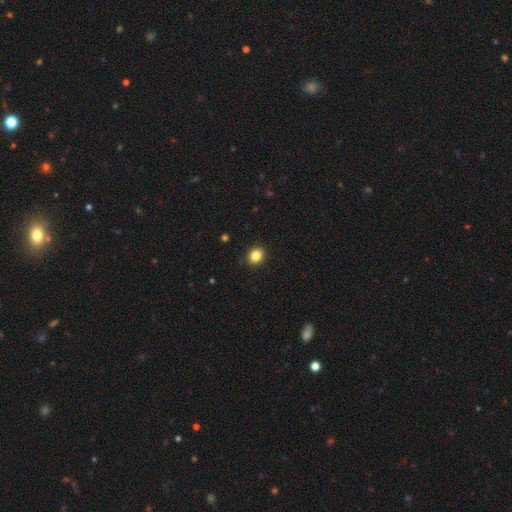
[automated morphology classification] This is clearly a smooth galaxy (84%). How rounded: likely round (67%). Merging: clearly none (89%).